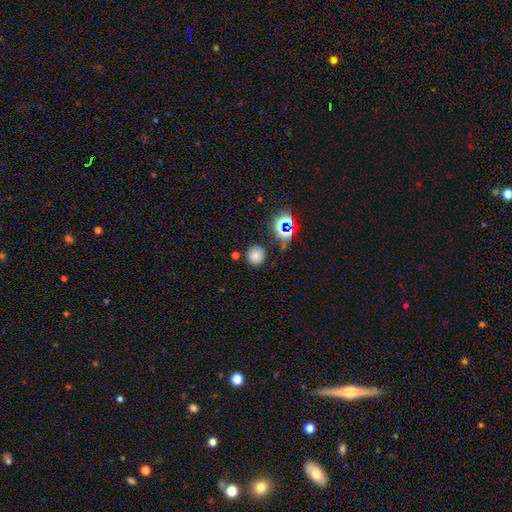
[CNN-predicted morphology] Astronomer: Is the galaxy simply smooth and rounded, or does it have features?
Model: smooth — 75%.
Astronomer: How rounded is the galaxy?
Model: round — 93%.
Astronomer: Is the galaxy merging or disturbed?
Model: none — 84%.